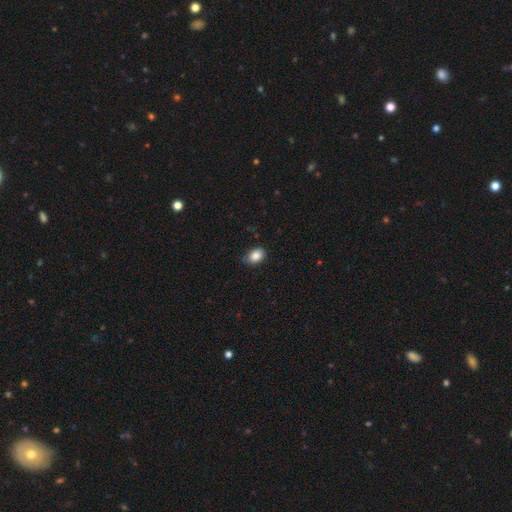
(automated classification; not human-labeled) Smooth or featured?
  - smooth: 85% *
  - star or artifact: 9%
  - featured or disk: 6%
How rounded?
  - in between: 75% *
  - round: 24%
  - cigar-shaped: 1%
Merging?
  - none: 78% *
  - minor disturbance: 18%
  - major disturbance: 3%
  - merger: 1%